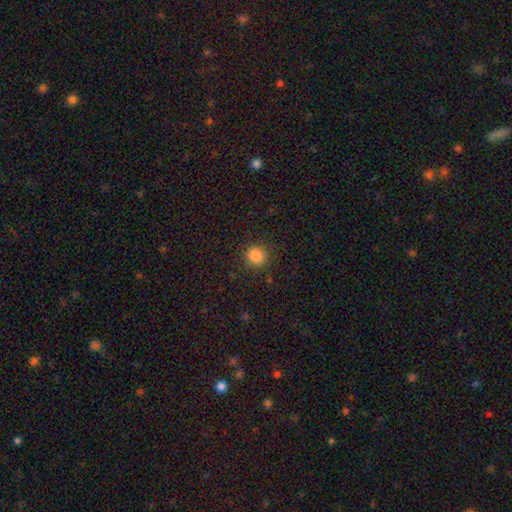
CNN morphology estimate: smooth-or-featured: smooth: 85% | star or artifact: 12% | featured or disk: 3%
  how-rounded: round: 85% | in between: 14% | cigar-shaped: 1%
  merging: none: 88% | minor disturbance: 8% | major disturbance: 3% | merger: 1%